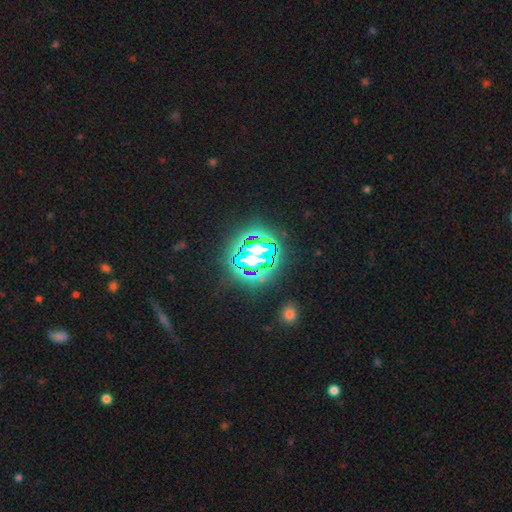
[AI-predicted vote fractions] smooth_or_featured: star or artifact (p=0.67) [alt: smooth p=0.19]